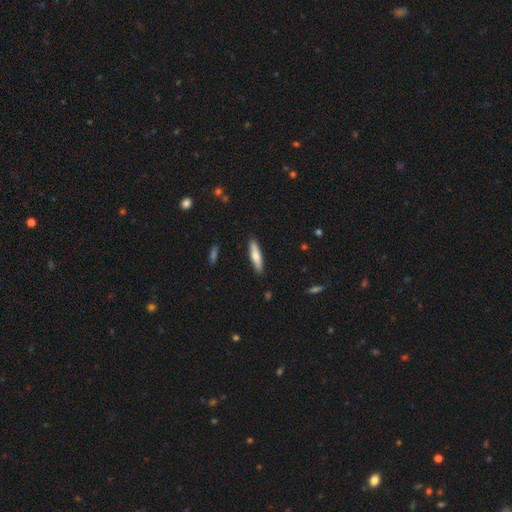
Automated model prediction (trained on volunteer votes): Smooth or featured?
  - smooth: 71% *
  - featured or disk: 23%
  - star or artifact: 6%
How rounded?
  - cigar-shaped: 75% *
  - in between: 24%
  - round: 1%
Merging?
  - none: 88% *
  - minor disturbance: 9%
  - major disturbance: 2%
  - merger: 1%